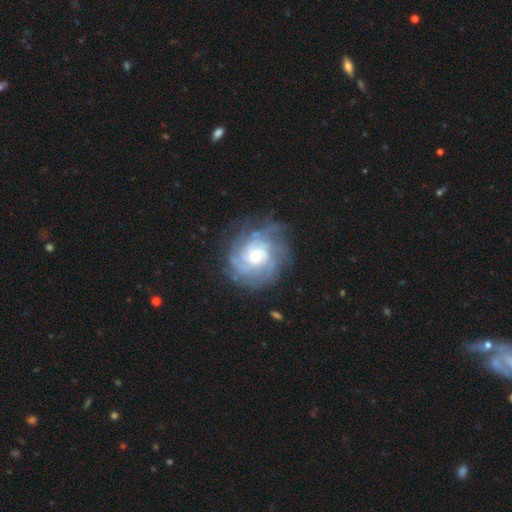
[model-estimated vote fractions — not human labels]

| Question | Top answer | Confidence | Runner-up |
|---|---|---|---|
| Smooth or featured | featured or disk | 84% | smooth (10%) |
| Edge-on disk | no | 97% | yes (3%) |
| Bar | no | 73% | weak (23%) |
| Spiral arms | yes | 95% | no (5%) |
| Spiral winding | tight | 71% | medium (23%) |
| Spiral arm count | can't tell | 40% | 4 (17%) |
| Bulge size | moderate | 53% | small (38%) |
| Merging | none | 75% | minor disturbance (16%) |